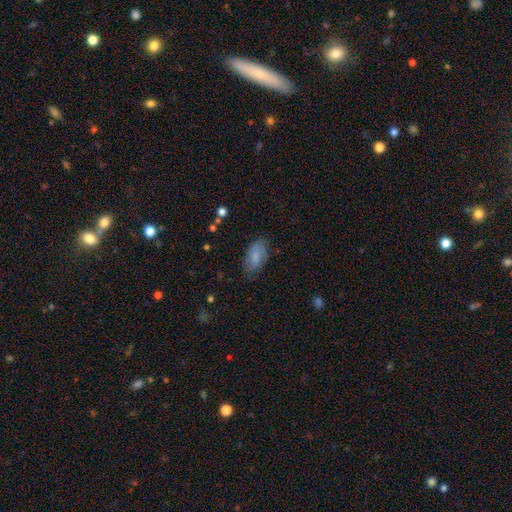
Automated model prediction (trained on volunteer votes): The model was most divided on "merging": none: 75%, minor disturbance: 19%, major disturbance: 5%, merger: 1%. More confident: how rounded — in between (93%); smooth or featured — smooth (77%).